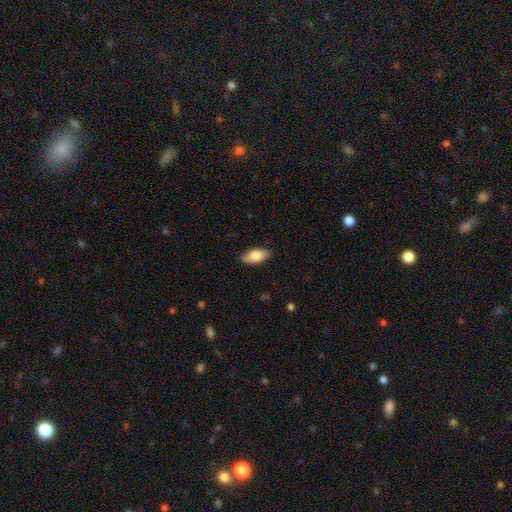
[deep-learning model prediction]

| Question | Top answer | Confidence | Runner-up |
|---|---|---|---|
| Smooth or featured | smooth | 80% | featured or disk (14%) |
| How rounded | in between | 89% | cigar-shaped (9%) |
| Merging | none | 87% | minor disturbance (10%) |